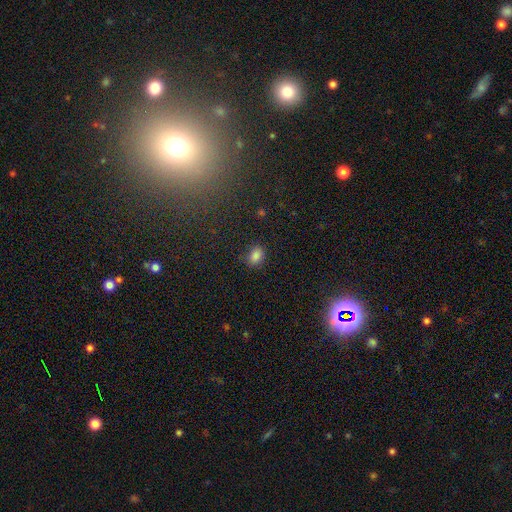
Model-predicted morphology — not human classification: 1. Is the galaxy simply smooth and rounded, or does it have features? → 84% smooth, 12% star or artifact, 4% featured or disk.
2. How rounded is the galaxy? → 68% in between, 31% round, 1% cigar-shaped.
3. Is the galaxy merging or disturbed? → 80% none, 14% minor disturbance, 4% major disturbance, 2% merger.